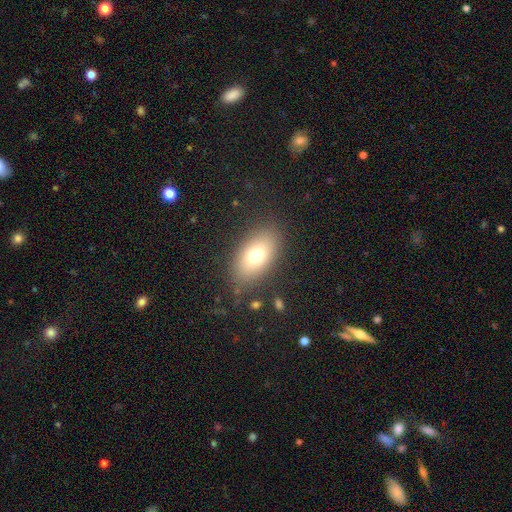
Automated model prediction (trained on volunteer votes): smooth_or_featured: smooth (p=0.73) [alt: featured or disk p=0.17]
how_rounded: in between (p=0.88) [alt: round p=0.09]
merging: none (p=0.83) [alt: minor disturbance p=0.11]